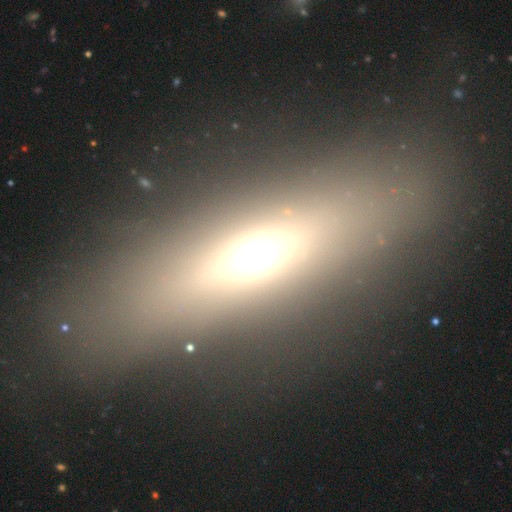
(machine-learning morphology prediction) The model was most divided on "smooth or featured": smooth: 50%, featured or disk: 37%, star or artifact: 13%. More confident: merging — none (83%).